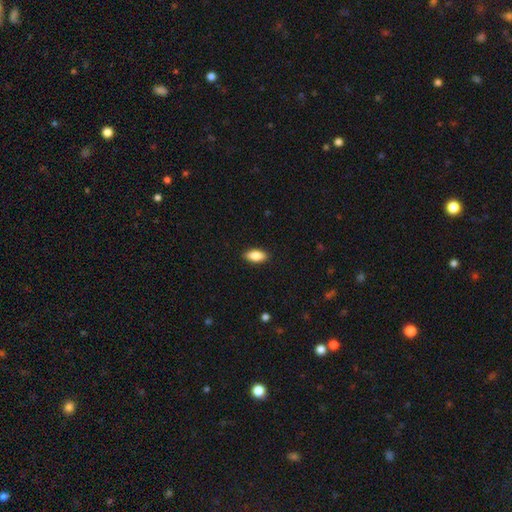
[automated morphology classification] smooth-or-featured: smooth: 85% | featured or disk: 9% | star or artifact: 7%
  how-rounded: in between: 88% | cigar-shaped: 9% | round: 3%
  merging: none: 89% | minor disturbance: 8% | major disturbance: 2% | merger: 1%